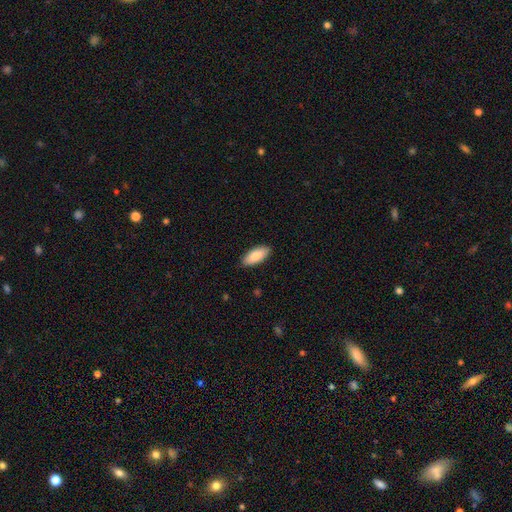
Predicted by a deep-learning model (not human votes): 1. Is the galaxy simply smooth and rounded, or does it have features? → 87% smooth, 7% featured or disk, 5% star or artifact.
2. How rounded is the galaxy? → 85% in between, 13% cigar-shaped, 2% round.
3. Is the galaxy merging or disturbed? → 89% none, 9% minor disturbance, 2% major disturbance, 1% merger.